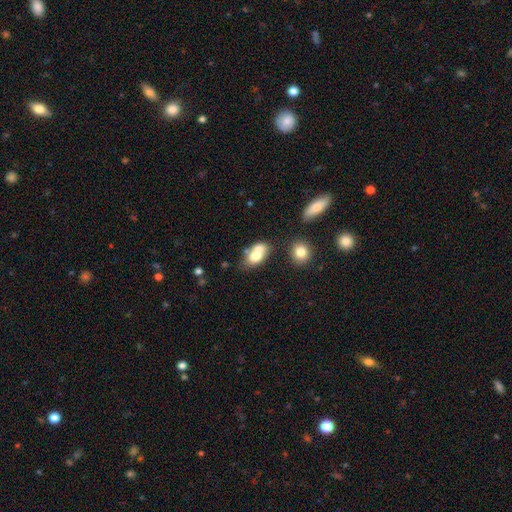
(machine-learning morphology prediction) Smooth or featured? Predicted: smooth (p=0.70). How rounded? Predicted: in between (p=0.78). Merging? Predicted: merger (p=0.48).